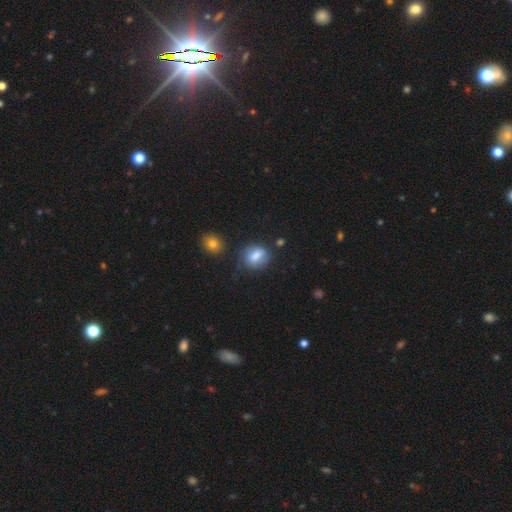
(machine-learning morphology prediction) A smooth galaxy with no disk features (71%) that is in between round and cigar-shaped (53%). Merging: none (63%).